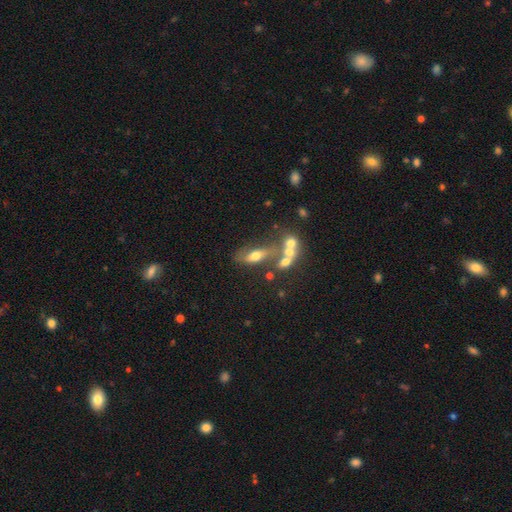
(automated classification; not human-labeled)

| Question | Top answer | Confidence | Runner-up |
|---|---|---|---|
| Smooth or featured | smooth | 54% | featured or disk (34%) |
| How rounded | in between | 66% | cigar-shaped (24%) |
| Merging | none | 41% | merger (30%) |